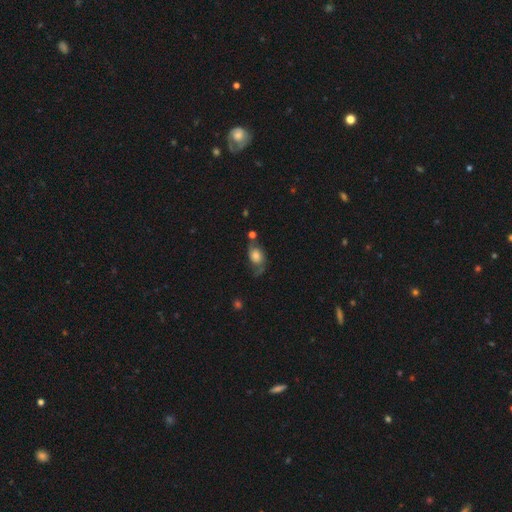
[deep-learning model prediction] Smooth or featured? smooth (48%)
Merging? none (45%)